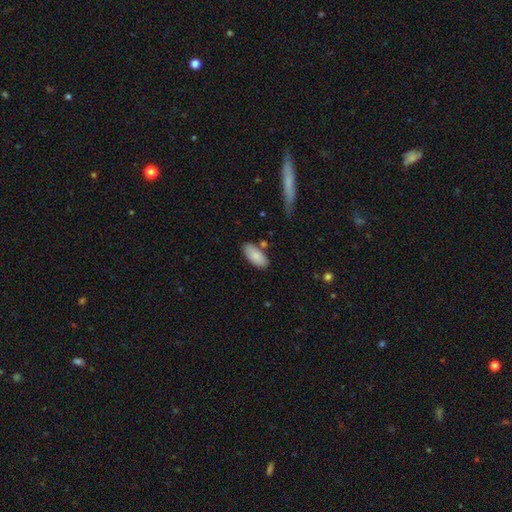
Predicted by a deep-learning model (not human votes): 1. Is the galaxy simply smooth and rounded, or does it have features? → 86% smooth, 8% featured or disk, 6% star or artifact.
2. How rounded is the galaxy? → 91% in between, 8% cigar-shaped, 2% round.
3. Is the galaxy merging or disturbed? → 76% none, 15% minor disturbance, 7% merger, 3% major disturbance.